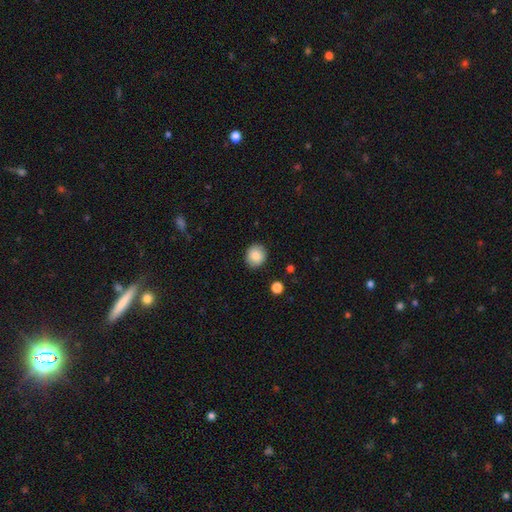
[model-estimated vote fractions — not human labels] smooth 86%, star or artifact 8%, featured or disk 6%. Down the decision tree: how rounded — round (76%); merging — none (89%).